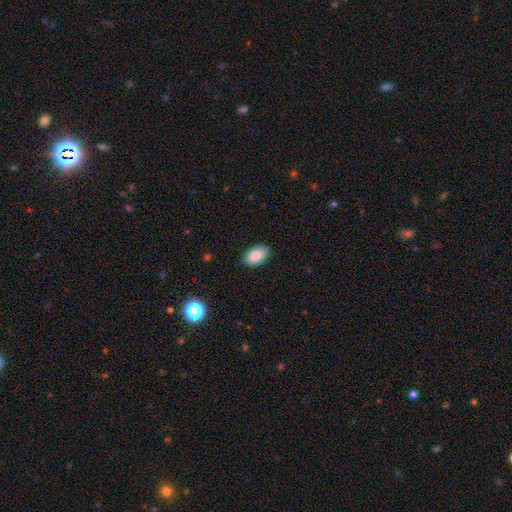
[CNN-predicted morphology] Q: Smooth or featured?
A: smooth (85%); runner-up: featured or disk (8%)
Q: How rounded?
A: in between (90%); runner-up: round (9%)
Q: Merging?
A: none (87%); runner-up: minor disturbance (10%)